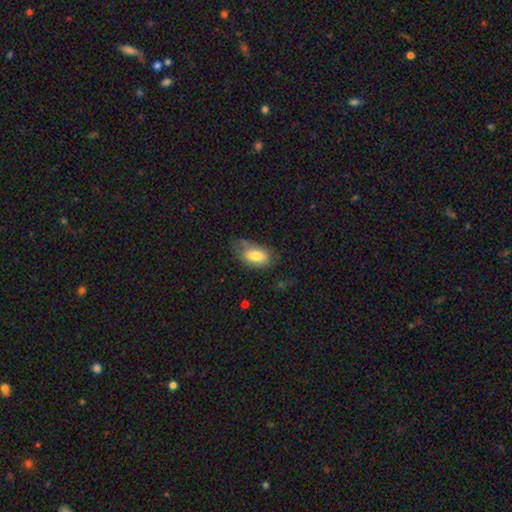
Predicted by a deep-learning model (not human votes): smooth_or_featured: smooth (p=0.74) [alt: featured or disk p=0.19]
how_rounded: in between (p=0.92) [alt: round p=0.04]
merging: none (p=0.51) [alt: minor disturbance p=0.31]